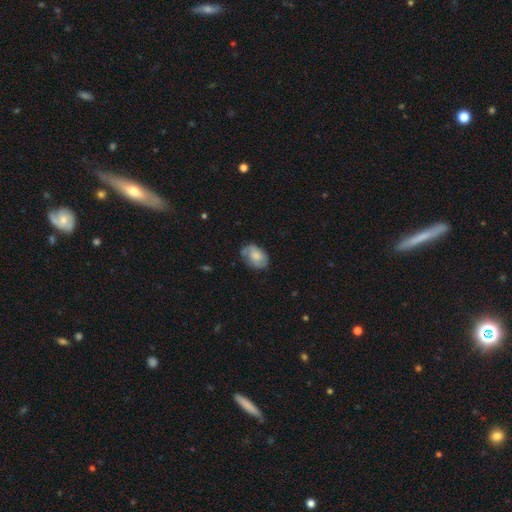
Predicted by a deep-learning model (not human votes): Smooth or featured: smooth — 56% (featured or disk — 37%)
How rounded: in between — 84% (round — 15%)
Merging: none — 63% (minor disturbance — 27%)